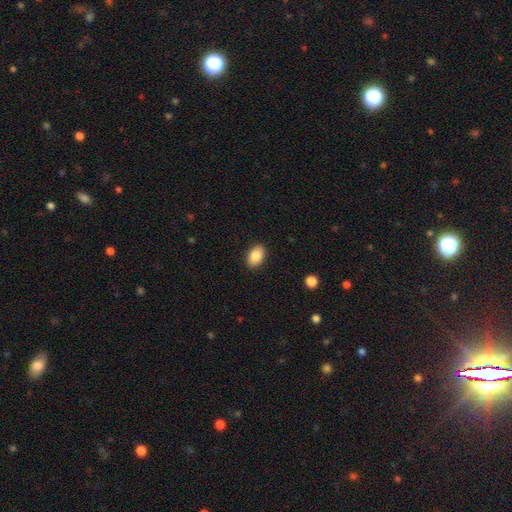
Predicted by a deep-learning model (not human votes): Smooth or featured?
  - smooth: 87% *
  - star or artifact: 8%
  - featured or disk: 5%
How rounded?
  - in between: 87% *
  - round: 12%
  - cigar-shaped: 1%
Merging?
  - none: 90% *
  - minor disturbance: 7%
  - major disturbance: 2%
  - merger: 1%